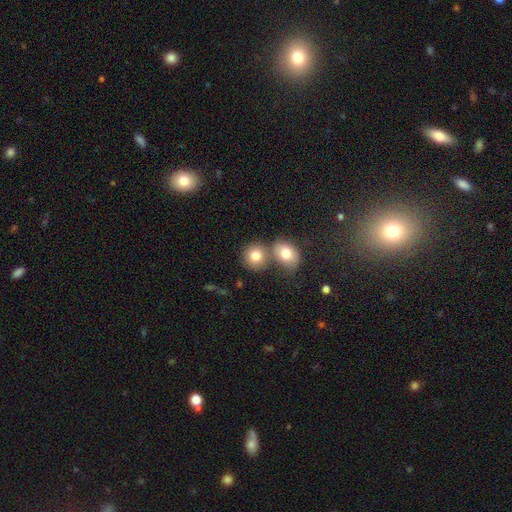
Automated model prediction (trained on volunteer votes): smooth-or-featured: smooth: 80% | featured or disk: 11% | star or artifact: 9%
  how-rounded: round: 79% | in between: 20% | cigar-shaped: 1%
  merging: none: 49% | merger: 39% | minor disturbance: 8% | major disturbance: 3%